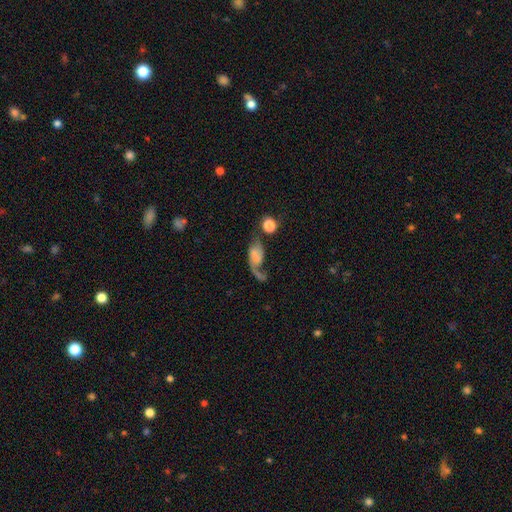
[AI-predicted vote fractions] Smooth or featured? Predicted: featured or disk (p=0.55). Edge-on disk? Predicted: no (p=0.95). Bar? Predicted: no (p=0.66). Spiral arms? Predicted: yes (p=0.80). Bulge size? Predicted: none (p=0.59). Merging? Predicted: major disturbance (p=0.34).